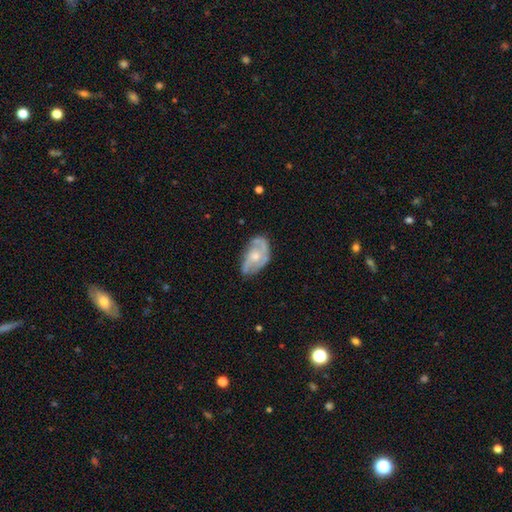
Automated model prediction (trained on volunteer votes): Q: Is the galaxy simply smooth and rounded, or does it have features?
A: featured or disk — 70%.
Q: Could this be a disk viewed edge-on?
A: no — 95%.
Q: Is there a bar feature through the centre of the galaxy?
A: no — 73%.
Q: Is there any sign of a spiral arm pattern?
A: yes — 80%.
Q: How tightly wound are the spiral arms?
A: medium — 45%.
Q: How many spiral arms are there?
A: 2 — 53%.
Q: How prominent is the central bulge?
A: moderate — 56%.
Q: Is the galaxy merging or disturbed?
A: none — 58%.